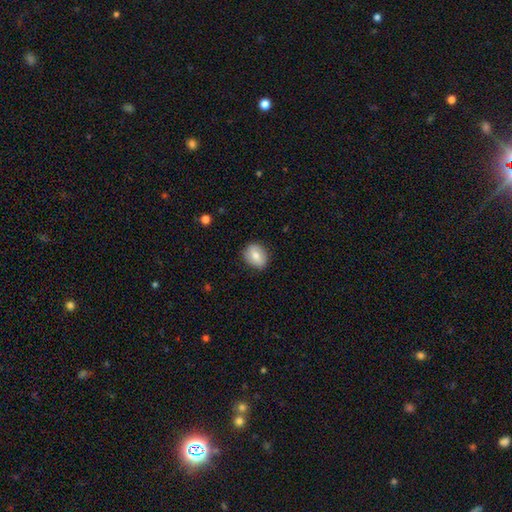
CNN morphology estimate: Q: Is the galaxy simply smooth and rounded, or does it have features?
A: smooth — 75%.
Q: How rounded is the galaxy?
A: round — 51%.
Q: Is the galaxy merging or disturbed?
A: none — 84%.